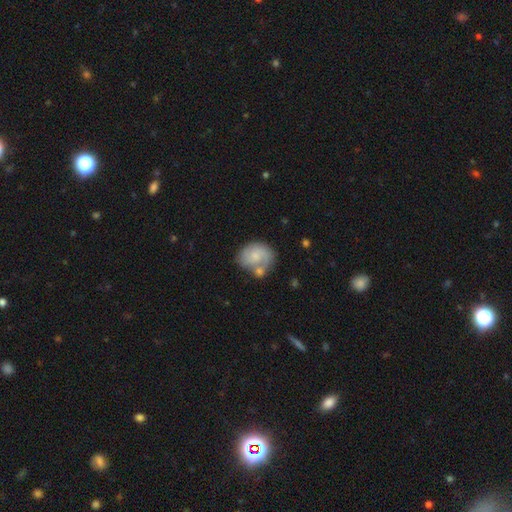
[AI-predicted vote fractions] Smooth or featured?
  - smooth: 47% *
  - featured or disk: 46%
  - star or artifact: 7%
Merging?
  - none: 44% *
  - merger: 25%
  - minor disturbance: 21%
  - major disturbance: 10%